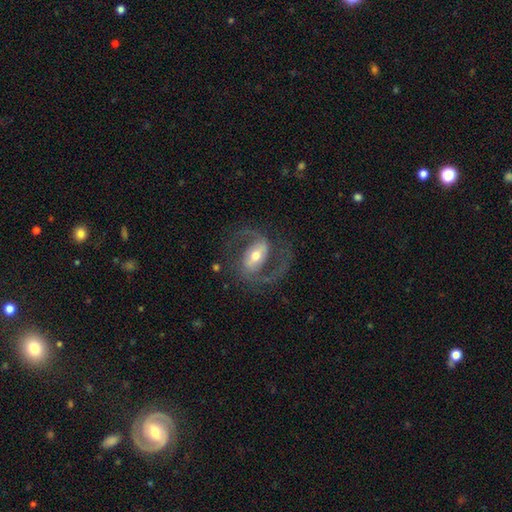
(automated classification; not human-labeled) This appears to be a featured or disk galaxy (87%) with a strong bar (46%), 2 (92%) medium (61%) spiral arms (95%) and a moderate central bulge (63%). Merging: none (74%).